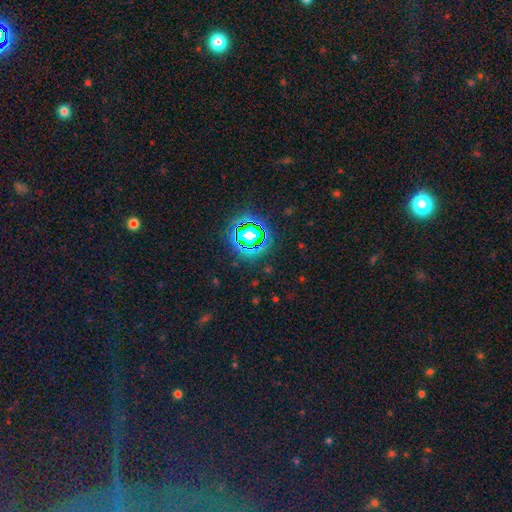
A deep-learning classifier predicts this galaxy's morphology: A star or artifact, not a galaxy (78%).

Vote fractions:
- Smooth or featured? star or artifact: 78% / smooth: 15% / featured or disk: 7%